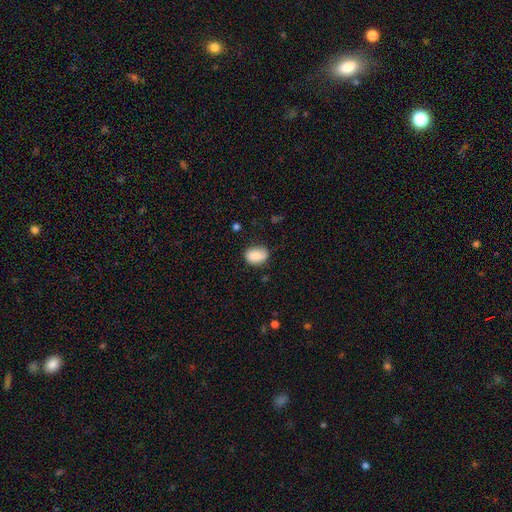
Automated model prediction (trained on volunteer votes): Smooth or featured?
  - smooth: 85% *
  - star or artifact: 7%
  - featured or disk: 7%
How rounded?
  - in between: 76% *
  - round: 23%
  - cigar-shaped: 1%
Merging?
  - none: 71% *
  - minor disturbance: 22%
  - major disturbance: 5%
  - merger: 2%